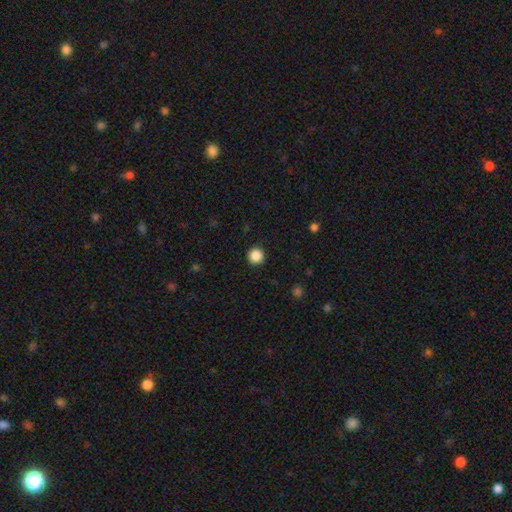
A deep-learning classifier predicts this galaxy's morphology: Smooth or featured?
  - smooth: 87% *
  - star or artifact: 10%
  - featured or disk: 3%
How rounded?
  - round: 96% *
  - in between: 3%
  - cigar-shaped: 1%
Merging?
  - none: 93% *
  - minor disturbance: 4%
  - major disturbance: 2%
  - merger: 1%